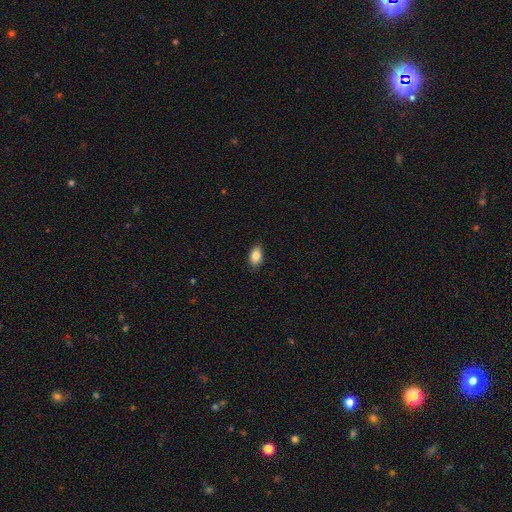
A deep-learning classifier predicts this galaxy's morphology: A smooth galaxy with no disk features (86%) that is in between round and cigar-shaped (88%). Merging: none (86%).